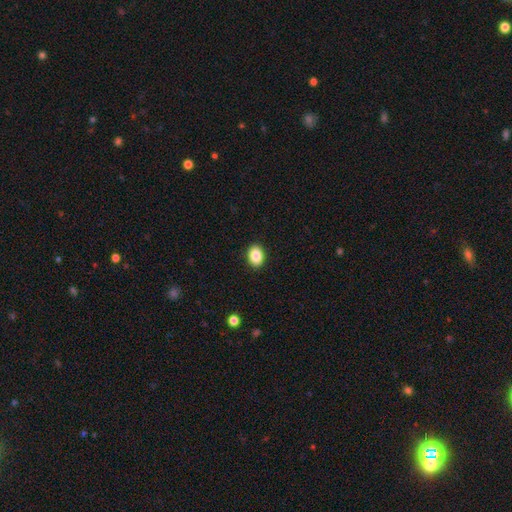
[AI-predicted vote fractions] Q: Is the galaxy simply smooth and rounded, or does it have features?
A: smooth — 87%.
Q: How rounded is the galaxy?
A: in between — 76%.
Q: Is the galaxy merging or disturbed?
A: none — 91%.